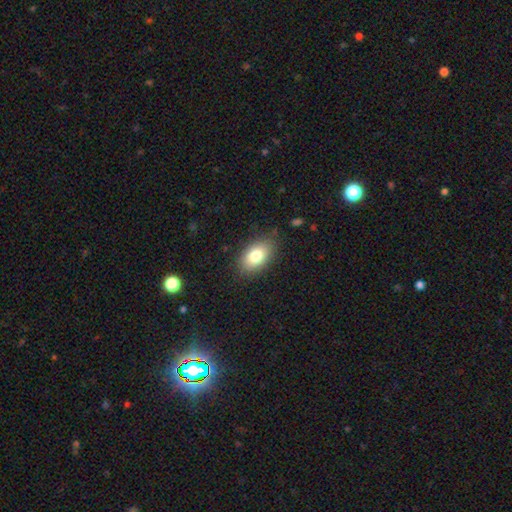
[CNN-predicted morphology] Smooth or featured? Predicted: smooth (p=0.80). How rounded? Predicted: in between (p=0.90). Merging? Predicted: none (p=0.82).